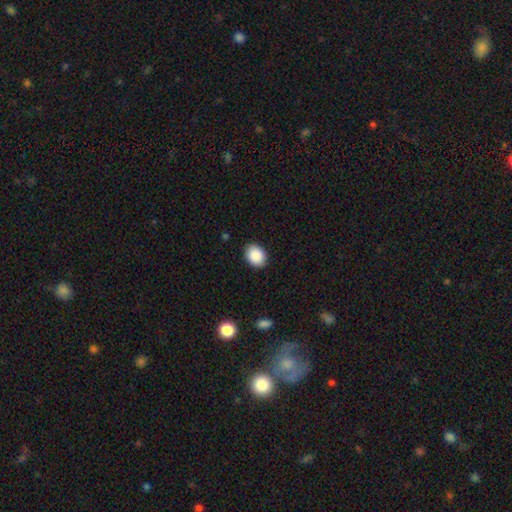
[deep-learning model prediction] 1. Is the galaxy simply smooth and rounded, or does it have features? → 89% smooth, 7% star or artifact, 3% featured or disk.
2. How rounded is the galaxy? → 64% in between, 36% round, 1% cigar-shaped.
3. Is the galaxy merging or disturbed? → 89% none, 8% minor disturbance, 2% major disturbance, 1% merger.